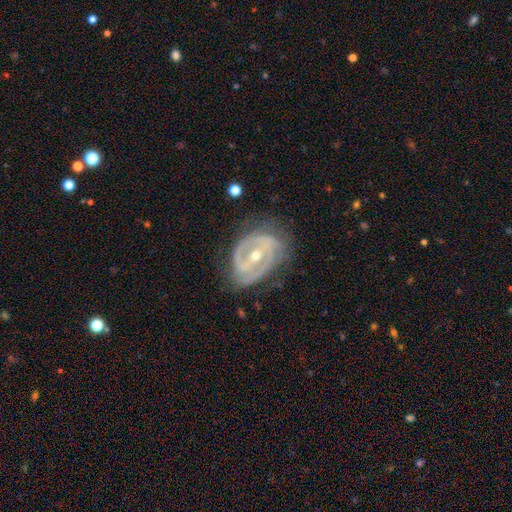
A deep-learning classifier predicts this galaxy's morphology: A featured or disk galaxy (86%) with a strong bar (43%), 2 (59%) tight (52%) spiral arms (84%) and a small central bulge (50%). Merging: none (64%).